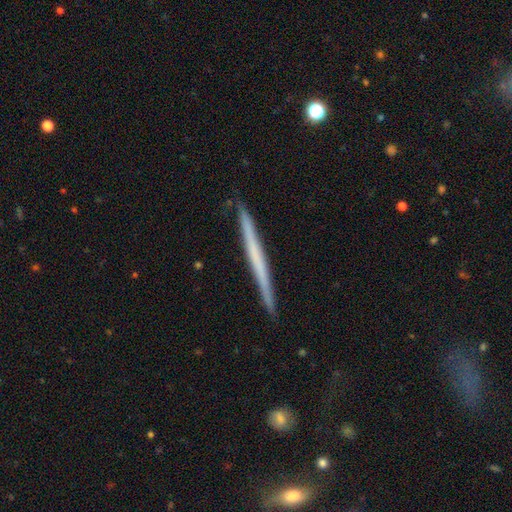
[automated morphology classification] A featured or disk galaxy (54%) viewed edge-on (97%) with no central bulge (89%). Merging: none (89%).